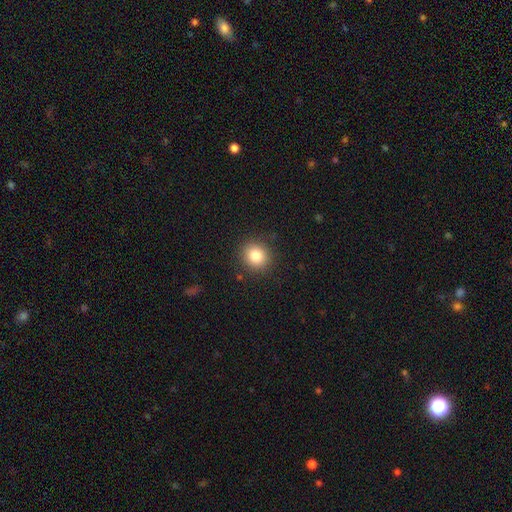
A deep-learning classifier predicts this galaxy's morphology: smooth_or_featured: smooth (p=0.83) [alt: star or artifact p=0.11]
how_rounded: round (p=0.85) [alt: in between p=0.14]
merging: none (p=0.89) [alt: minor disturbance p=0.07]